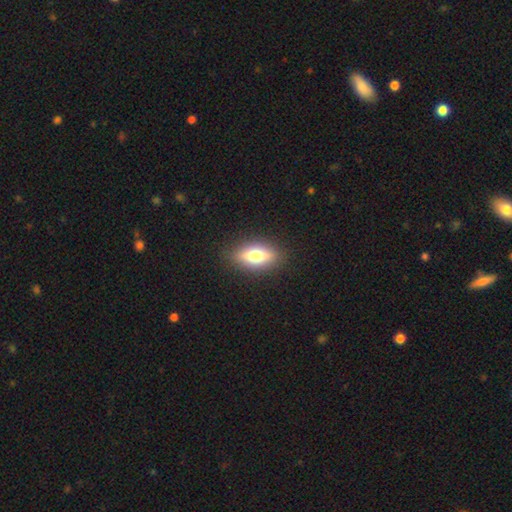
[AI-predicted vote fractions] Smooth or featured?
  - smooth: 62% *
  - featured or disk: 29%
  - star or artifact: 9%
How rounded?
  - in between: 77% *
  - cigar-shaped: 15%
  - round: 7%
Merging?
  - none: 88% *
  - minor disturbance: 9%
  - major disturbance: 3%
  - merger: 1%